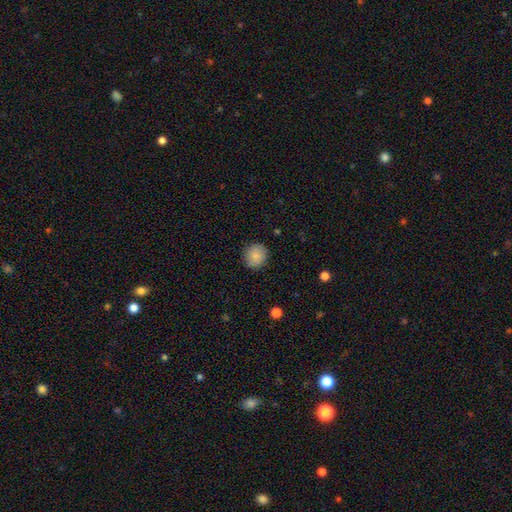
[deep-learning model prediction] smooth 85%, featured or disk 8%, star or artifact 7%. Down the decision tree: how rounded — round (88%); merging — none (88%).